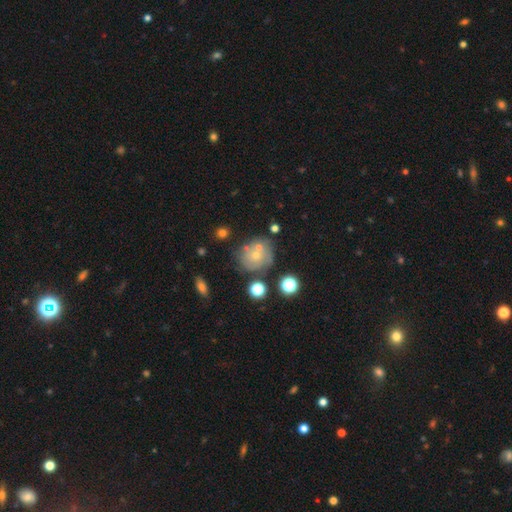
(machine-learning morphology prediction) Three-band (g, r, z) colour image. It shows a smooth galaxy with no disk features (49%). Merging: none (58%).